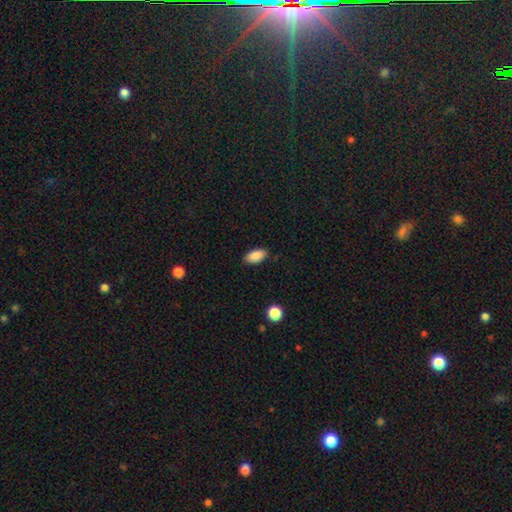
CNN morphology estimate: Smooth or featured? Predicted: smooth (p=0.88). How rounded? Predicted: in between (p=0.93). Merging? Predicted: none (p=0.85).